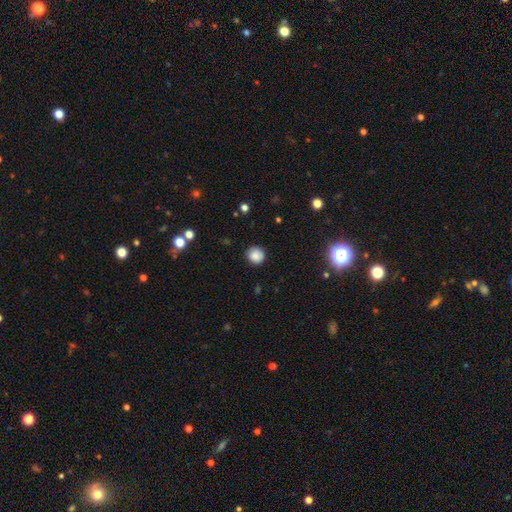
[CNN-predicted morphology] type=smooth (84%); roundness=round (91%); merging=none (88%).